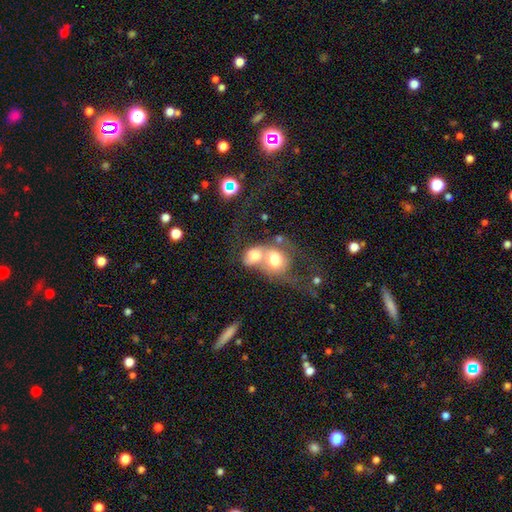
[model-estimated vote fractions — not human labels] Smooth or featured: smooth — 56% (featured or disk — 32%)
How rounded: round — 59% (in between — 39%)
Merging: merger — 77% (none — 10%)